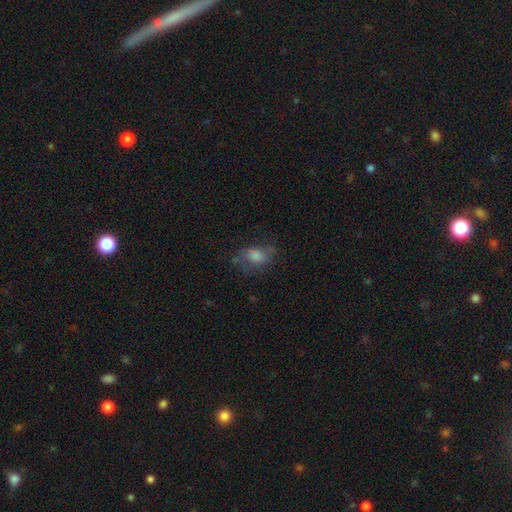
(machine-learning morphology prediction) smooth-or-featured: smooth: 55% | featured or disk: 31% | star or artifact: 14%
  how-rounded: in between: 77% | round: 20% | cigar-shaped: 3%
  merging: none: 57% | minor disturbance: 23% | major disturbance: 18% | merger: 2%